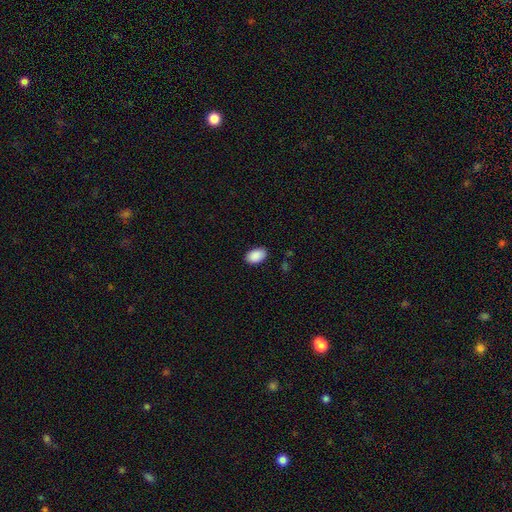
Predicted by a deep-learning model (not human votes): Smooth or featured: smooth — 90% (star or artifact — 7%)
How rounded: in between — 91% (round — 8%)
Merging: none — 88% (minor disturbance — 9%)